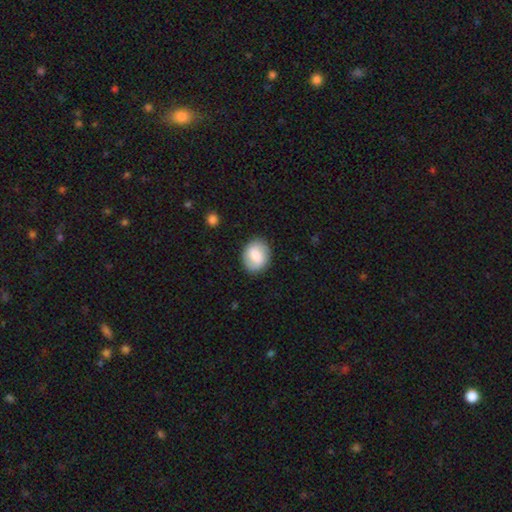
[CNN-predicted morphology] Smooth or featured?
  - smooth: 72% *
  - featured or disk: 22%
  - star or artifact: 7%
How rounded?
  - round: 52% *
  - in between: 47%
  - cigar-shaped: 1%
Merging?
  - none: 86% *
  - minor disturbance: 10%
  - major disturbance: 3%
  - merger: 1%